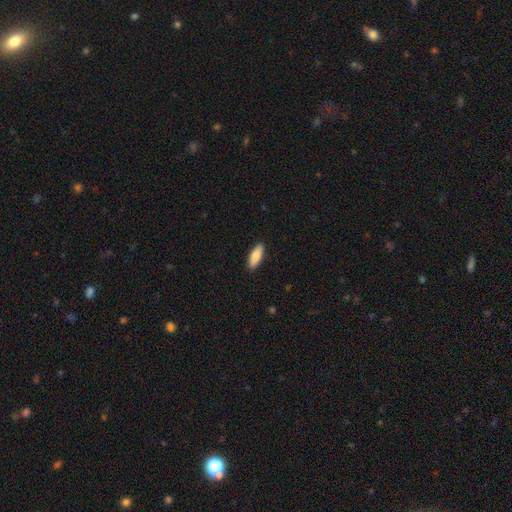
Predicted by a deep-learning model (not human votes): Smooth or featured: smooth — 86% (featured or disk — 8%)
How rounded: in between — 67% (cigar-shaped — 31%)
Merging: none — 90% (minor disturbance — 7%)